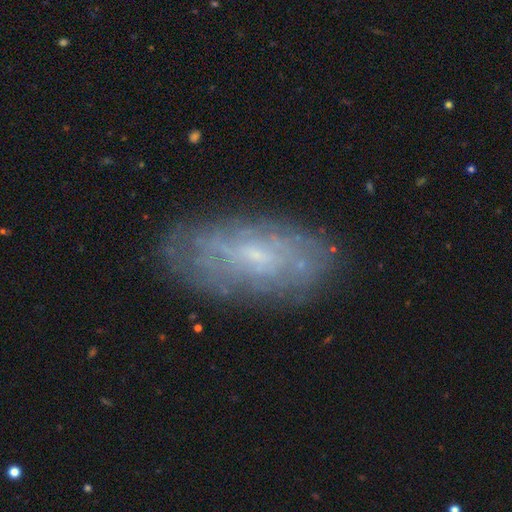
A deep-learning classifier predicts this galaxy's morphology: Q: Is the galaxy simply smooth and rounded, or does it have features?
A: featured or disk — 60%.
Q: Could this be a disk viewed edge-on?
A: no — 89%.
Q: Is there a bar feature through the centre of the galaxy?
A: no — 60%.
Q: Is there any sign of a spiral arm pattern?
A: yes — 55%.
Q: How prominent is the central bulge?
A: small — 68%.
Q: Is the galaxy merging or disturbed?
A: none — 77%.